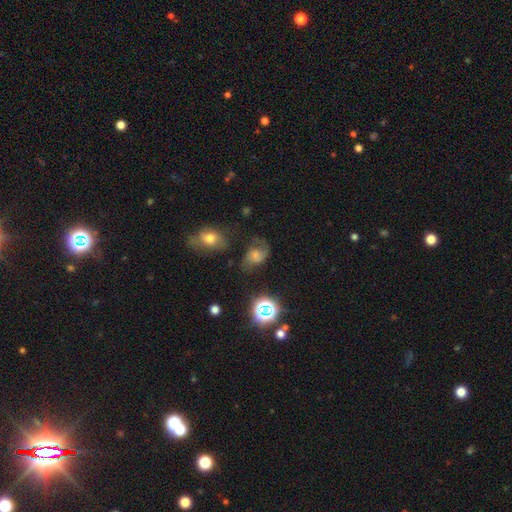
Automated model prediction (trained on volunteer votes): A featured or disk galaxy (51%).

Vote fractions:
- Smooth or featured? featured or disk: 51% / smooth: 30% / star or artifact: 18%
- Edge-on disk? no: 97% / yes: 3%
- Merging? none: 48% / minor disturbance: 24% / major disturbance: 21% / merger: 6%